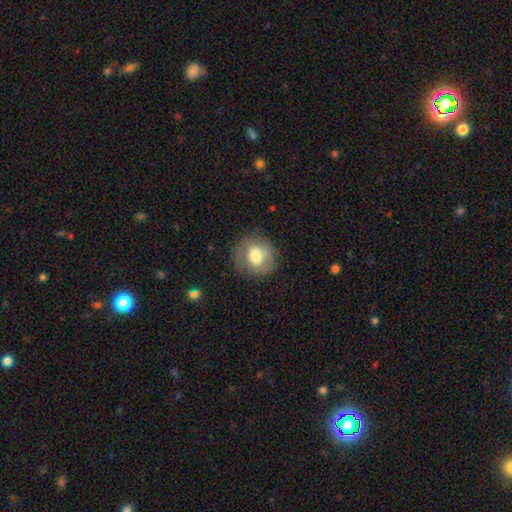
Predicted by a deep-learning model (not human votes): smooth_or_featured: smooth (p=0.66) [alt: featured or disk p=0.26]
how_rounded: round (p=0.79) [alt: in between p=0.20]
merging: none (p=0.78) [alt: minor disturbance p=0.15]